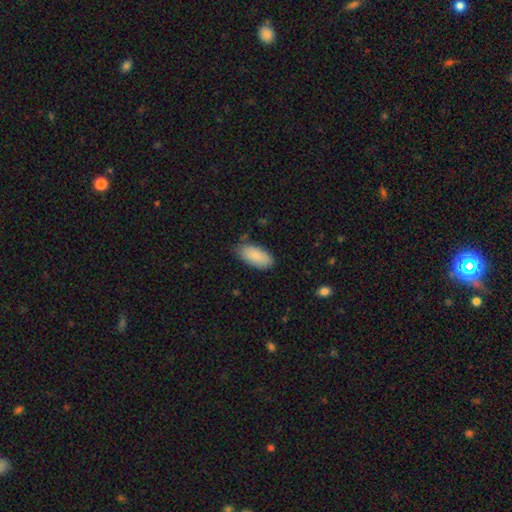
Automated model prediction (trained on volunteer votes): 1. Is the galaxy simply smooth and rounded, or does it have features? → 88% smooth, 6% featured or disk, 6% star or artifact.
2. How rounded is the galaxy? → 93% in between, 6% cigar-shaped, 2% round.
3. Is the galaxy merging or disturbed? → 76% none, 20% minor disturbance, 3% major disturbance, 2% merger.